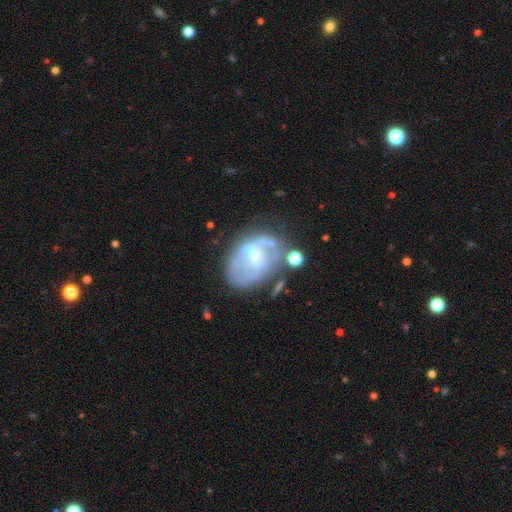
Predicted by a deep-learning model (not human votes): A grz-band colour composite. It shows a featured or disk galaxy (66%) with a weak bar (44%), no spiral arms (53%) and a small central bulge (56%). Merging: none (40%).